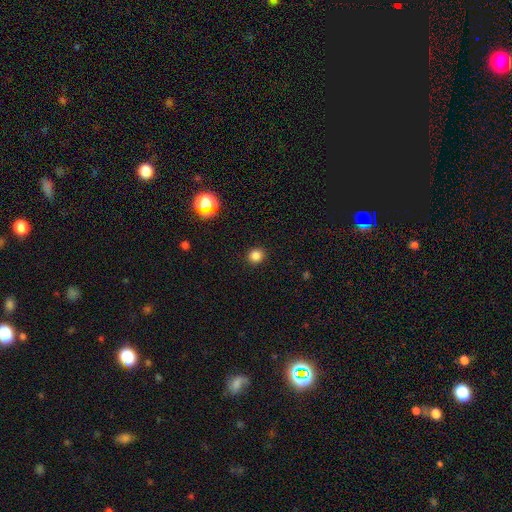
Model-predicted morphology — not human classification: Smooth or featured: smooth — 82% (star or artifact — 14%)
How rounded: round — 85% (in between — 14%)
Merging: none — 92% (minor disturbance — 5%)